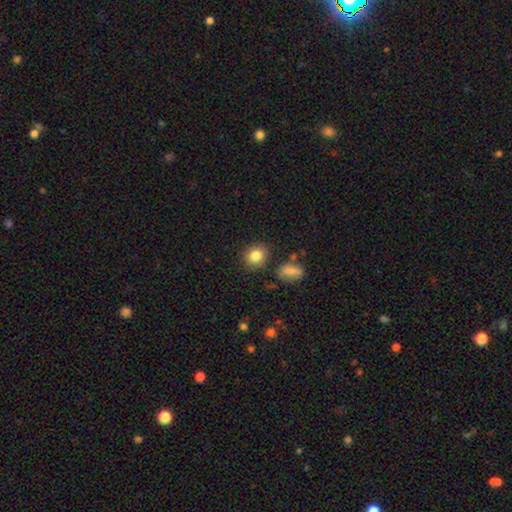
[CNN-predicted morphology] smooth-or-featured: smooth: 84% | star or artifact: 9% | featured or disk: 7%
  how-rounded: round: 74% | in between: 25% | cigar-shaped: 1%
  merging: none: 83% | minor disturbance: 11% | merger: 4% | major disturbance: 3%